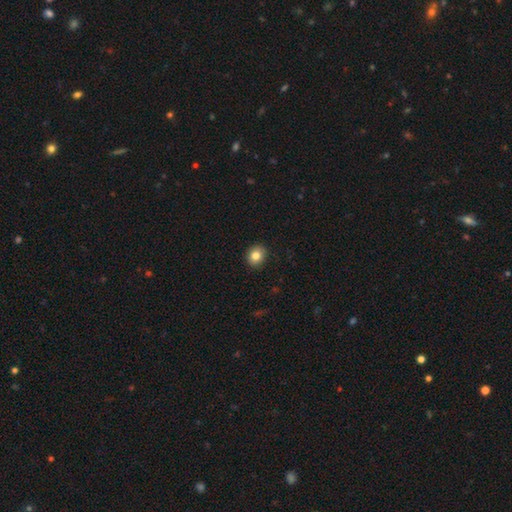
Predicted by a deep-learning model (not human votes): Smooth or featured? smooth (83%)
How rounded? round (69%)
Merging? none (91%)